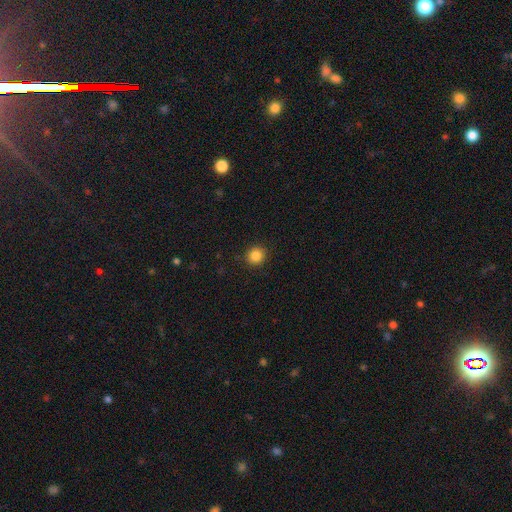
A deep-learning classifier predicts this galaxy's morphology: This is clearly a smooth galaxy (85%). How rounded: clearly round (91%). Merging: clearly none (91%).